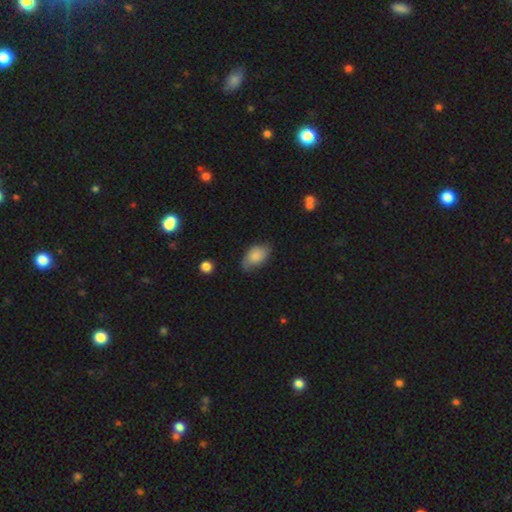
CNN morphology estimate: Smooth or featured? Predicted: smooth (p=0.75). How rounded? Predicted: in between (p=0.92). Merging? Predicted: none (p=0.65).